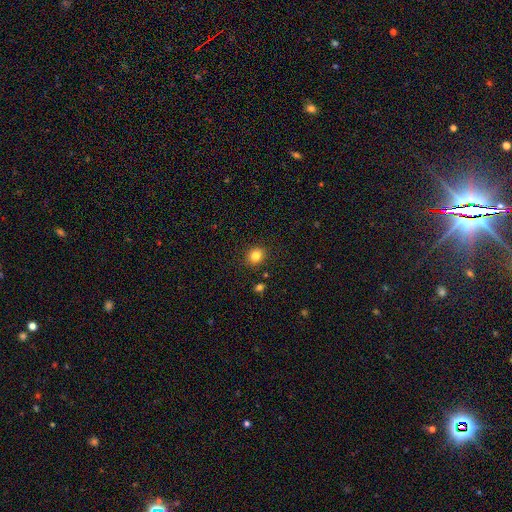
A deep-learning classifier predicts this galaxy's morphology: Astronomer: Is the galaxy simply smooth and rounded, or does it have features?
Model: smooth — 82%.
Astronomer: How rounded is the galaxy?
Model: round — 71%.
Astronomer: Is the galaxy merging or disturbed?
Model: none — 88%.